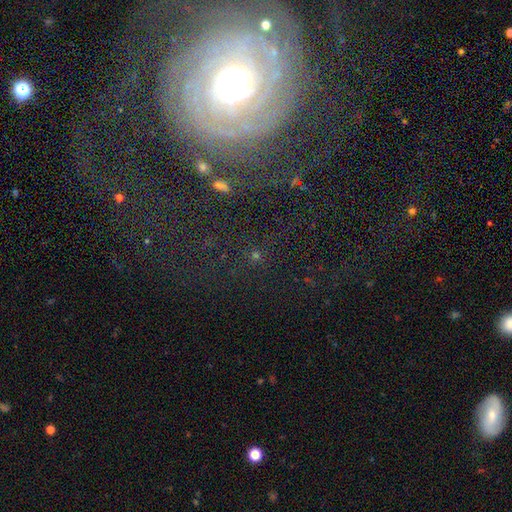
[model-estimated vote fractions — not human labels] This appears to be a star or artifact, not a galaxy (60%).